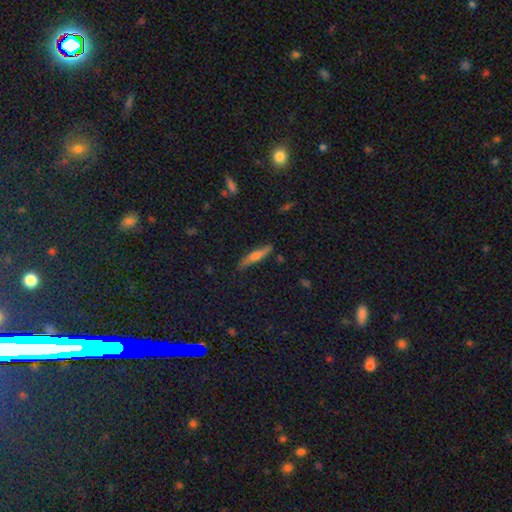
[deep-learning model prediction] This is likely a smooth galaxy (60%). How rounded: clearly cigar-shaped (88%). Merging: clearly none (83%).